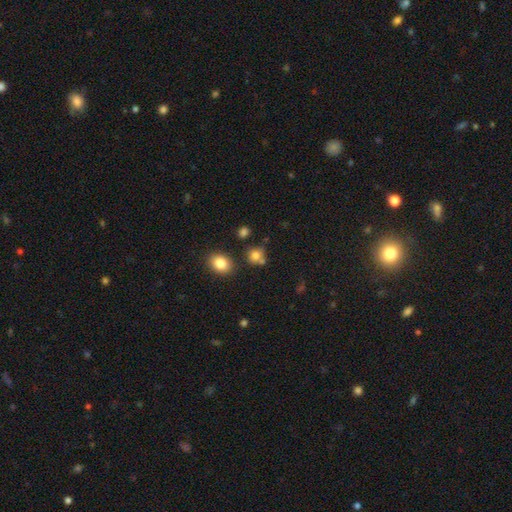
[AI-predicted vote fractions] smooth_or_featured: smooth (p=0.79) [alt: star or artifact p=0.13]
how_rounded: round (p=0.78) [alt: in between p=0.21]
merging: none (p=0.64) [alt: merger p=0.18]